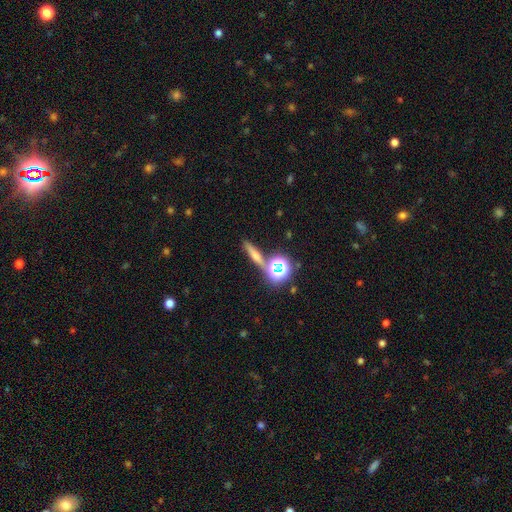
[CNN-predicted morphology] Smooth or featured?
  - smooth: 46% *
  - featured or disk: 30%
  - star or artifact: 24%
Merging?
  - none: 75% *
  - merger: 13%
  - minor disturbance: 9%
  - major disturbance: 3%